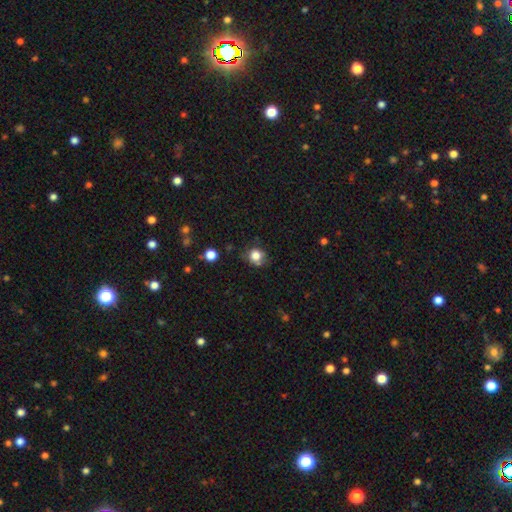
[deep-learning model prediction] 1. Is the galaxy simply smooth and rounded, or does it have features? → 80% smooth, 12% star or artifact, 8% featured or disk.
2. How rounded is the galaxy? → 75% round, 24% in between, 1% cigar-shaped.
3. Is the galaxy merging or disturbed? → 65% none, 24% minor disturbance, 7% major disturbance, 4% merger.